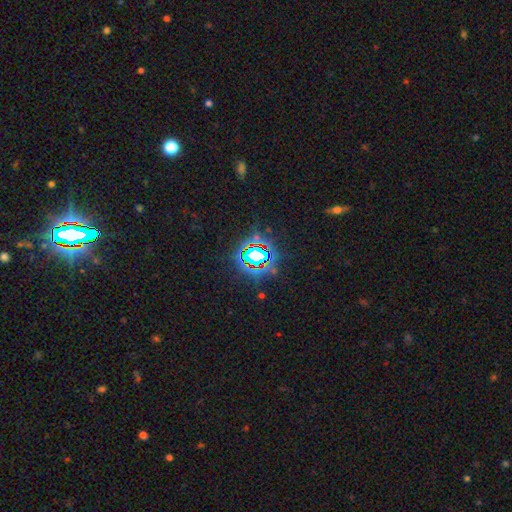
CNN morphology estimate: This appears to be a star or artifact, not a galaxy (77%).